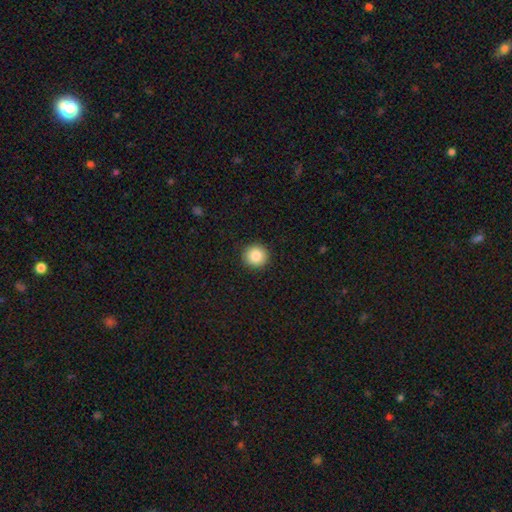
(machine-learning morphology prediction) A smooth galaxy with no disk features (86%) that is round (95%). Merging: none (92%).